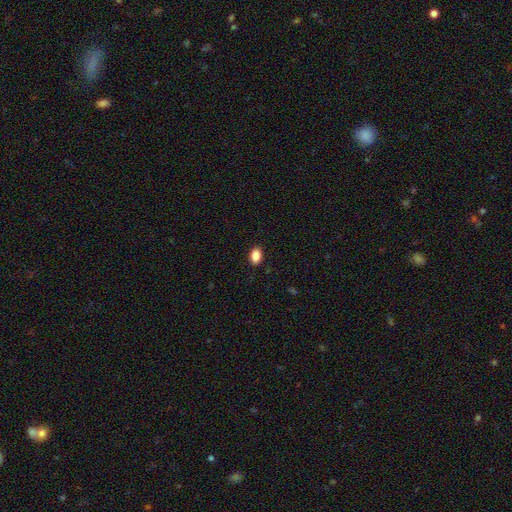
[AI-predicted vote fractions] Q: Smooth or featured?
A: smooth (88%); runner-up: star or artifact (8%)
Q: How rounded?
A: in between (84%); runner-up: round (14%)
Q: Merging?
A: none (90%); runner-up: minor disturbance (7%)